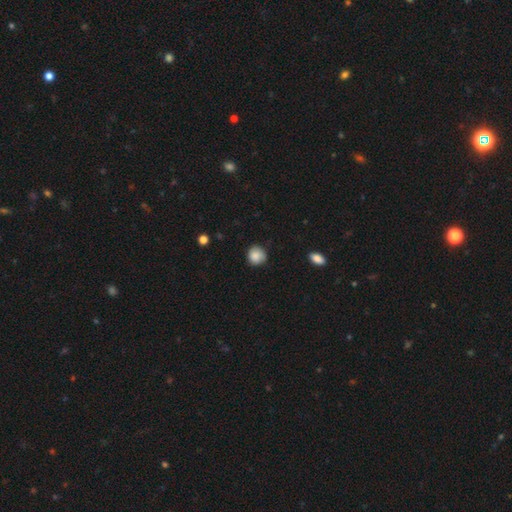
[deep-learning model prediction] Smooth or featured? smooth (85%)
How rounded? round (88%)
Merging? none (76%)